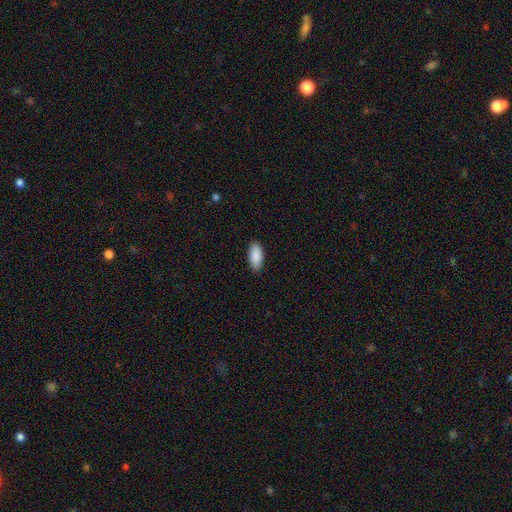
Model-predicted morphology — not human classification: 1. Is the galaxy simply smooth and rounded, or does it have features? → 90% smooth, 6% star or artifact, 4% featured or disk.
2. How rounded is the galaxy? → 89% in between, 9% cigar-shaped, 2% round.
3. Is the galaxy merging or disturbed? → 89% none, 9% minor disturbance, 2% major disturbance, 1% merger.